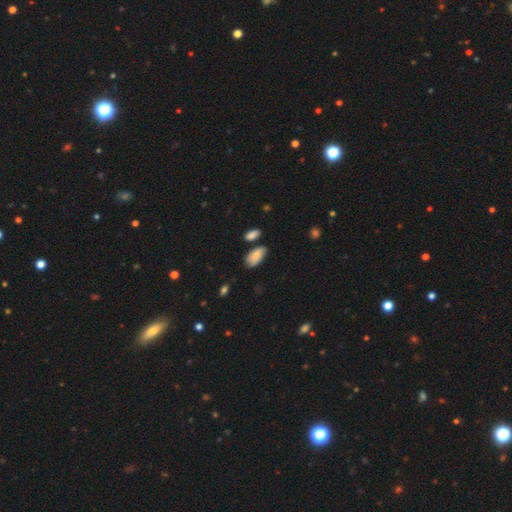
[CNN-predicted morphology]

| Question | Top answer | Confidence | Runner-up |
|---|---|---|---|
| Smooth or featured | smooth | 83% | featured or disk (10%) |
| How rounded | in between | 93% | cigar-shaped (4%) |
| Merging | none | 64% | minor disturbance (22%) |